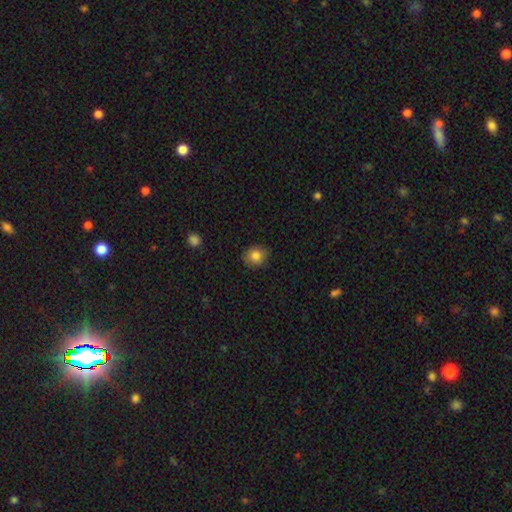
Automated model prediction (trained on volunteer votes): smooth-or-featured: smooth: 84% | star or artifact: 10% | featured or disk: 6%
  how-rounded: round: 80% | in between: 19% | cigar-shaped: 1%
  merging: none: 87% | minor disturbance: 10% | major disturbance: 2% | merger: 1%